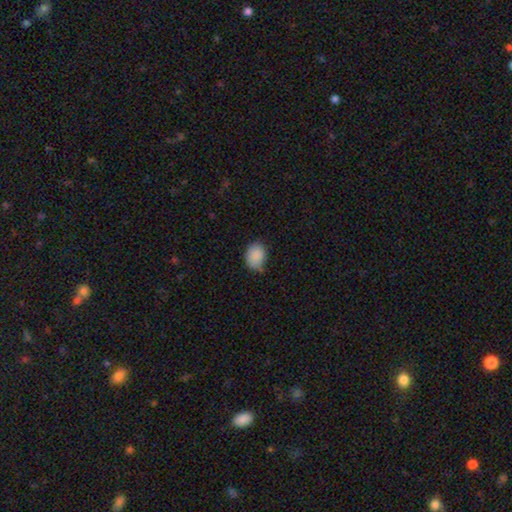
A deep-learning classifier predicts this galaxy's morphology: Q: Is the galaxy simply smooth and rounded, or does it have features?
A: smooth — 88%.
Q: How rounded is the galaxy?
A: in between — 61%.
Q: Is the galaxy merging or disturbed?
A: none — 58%.